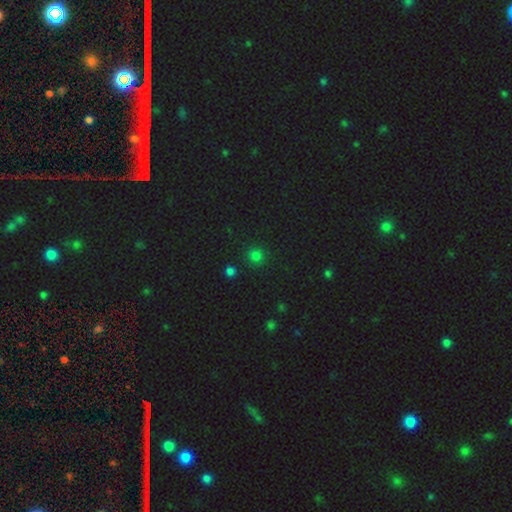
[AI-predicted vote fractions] A smooth galaxy with no disk features (76%) that is round (92%). Merging: none (87%).